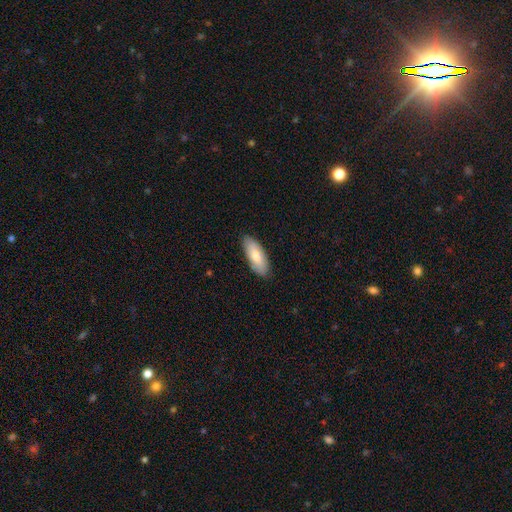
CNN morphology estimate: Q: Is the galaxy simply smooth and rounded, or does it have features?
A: smooth — 77%.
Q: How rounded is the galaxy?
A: in between — 79%.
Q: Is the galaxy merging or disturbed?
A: none — 86%.